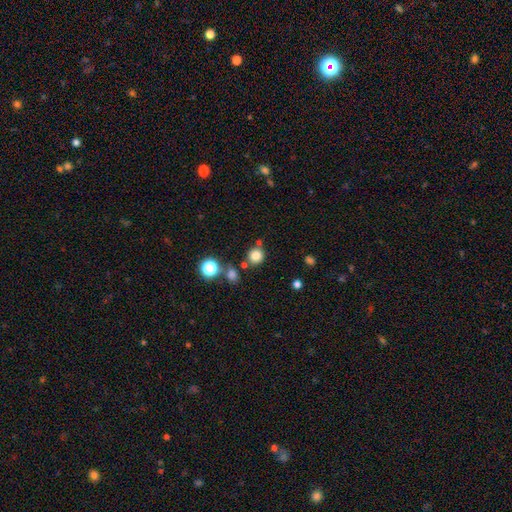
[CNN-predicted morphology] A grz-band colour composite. It shows a smooth galaxy with no disk features (81%) that is round (91%). Merging: none (78%).